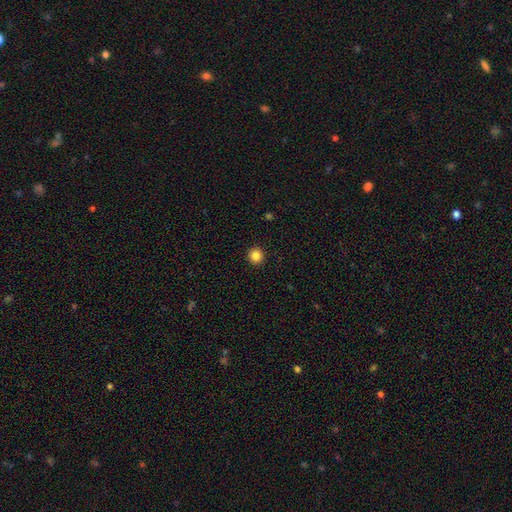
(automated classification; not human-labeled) Q: Smooth or featured?
A: smooth (85%); runner-up: star or artifact (11%)
Q: How rounded?
A: round (94%); runner-up: in between (5%)
Q: Merging?
A: none (94%); runner-up: minor disturbance (4%)